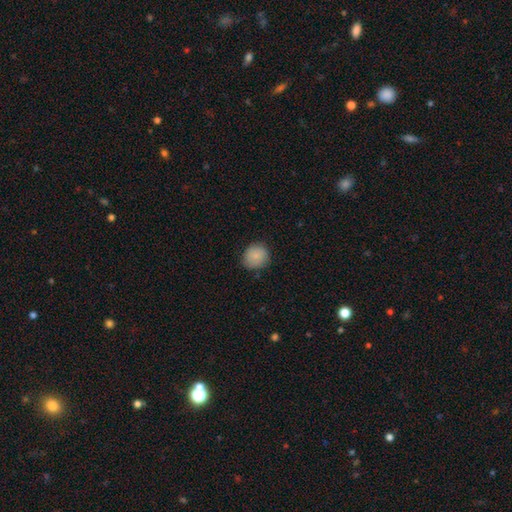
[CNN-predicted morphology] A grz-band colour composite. It shows a smooth galaxy with no disk features (86%) that is round (84%). Merging: none (79%).